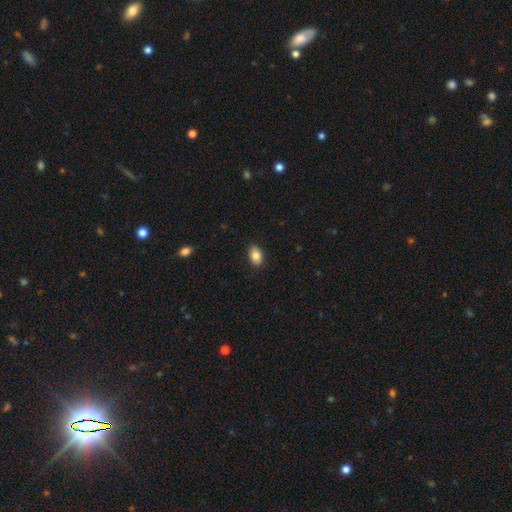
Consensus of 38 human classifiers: This appears to be a smooth galaxy with no disk features (89%) that is in between round and cigar-shaped (79%). Merging: none (86%).